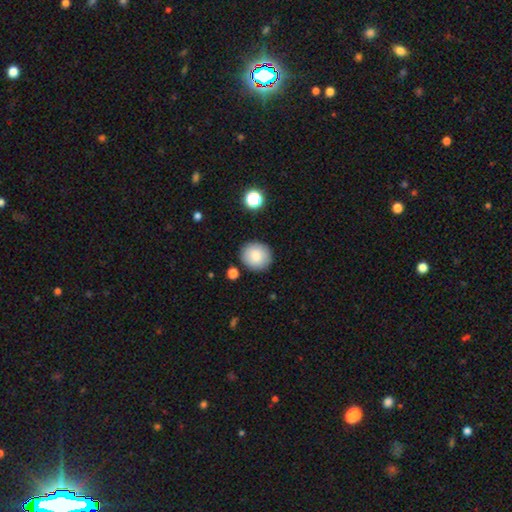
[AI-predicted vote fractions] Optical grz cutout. It shows a smooth galaxy with no disk features (83%) that is round (87%). Merging: none (86%).